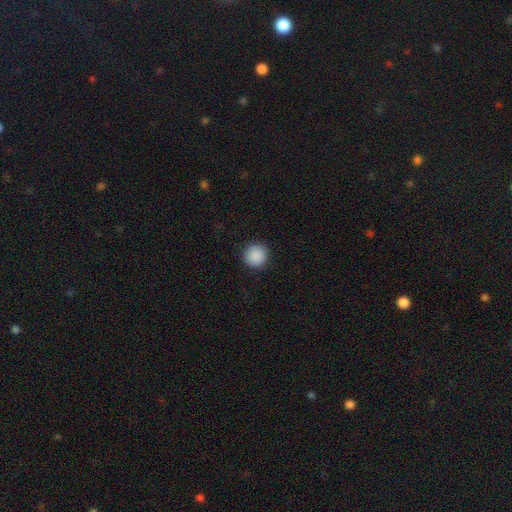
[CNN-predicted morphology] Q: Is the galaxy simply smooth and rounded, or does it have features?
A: smooth — 90%.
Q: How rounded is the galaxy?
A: round — 95%.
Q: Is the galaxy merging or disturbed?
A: none — 92%.